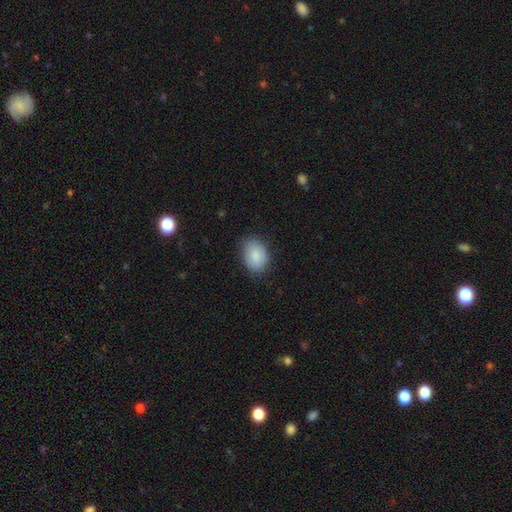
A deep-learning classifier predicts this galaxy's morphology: Smooth or featured? smooth (88%)
How rounded? in between (79%)
Merging? none (81%)